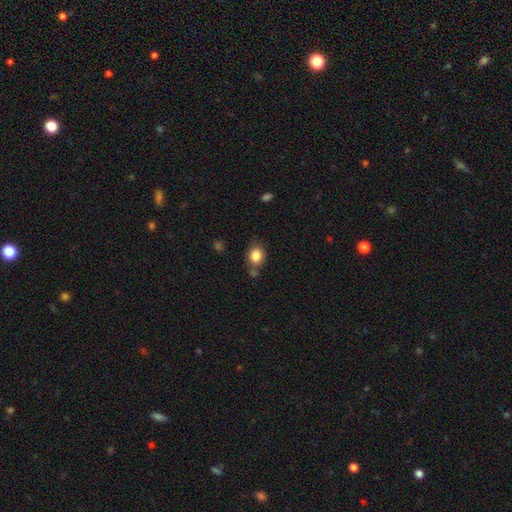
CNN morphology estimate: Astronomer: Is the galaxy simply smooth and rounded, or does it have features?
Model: smooth — 84%.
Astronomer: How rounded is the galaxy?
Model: round — 54% (runner-up: in between, 45%).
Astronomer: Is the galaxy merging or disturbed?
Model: none — 70%.